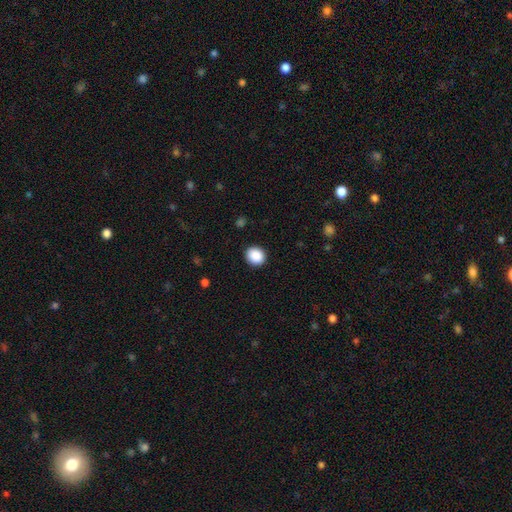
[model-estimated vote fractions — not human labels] smooth 89%, star or artifact 8%, featured or disk 3%. Down the decision tree: how rounded — round (72%); merging — none (91%).